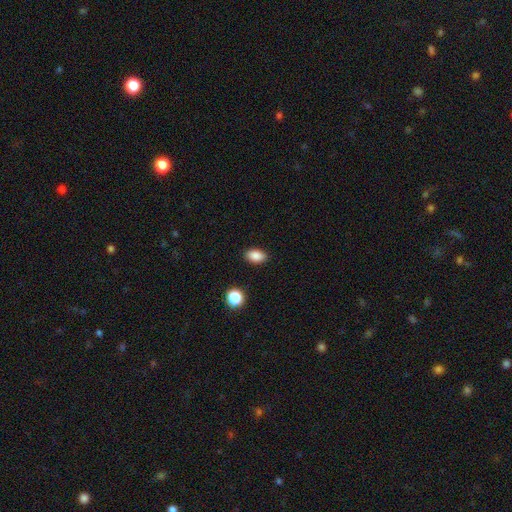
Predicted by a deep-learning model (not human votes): This is clearly a smooth galaxy (87%). How rounded: clearly in between (89%). Merging: clearly none (89%).